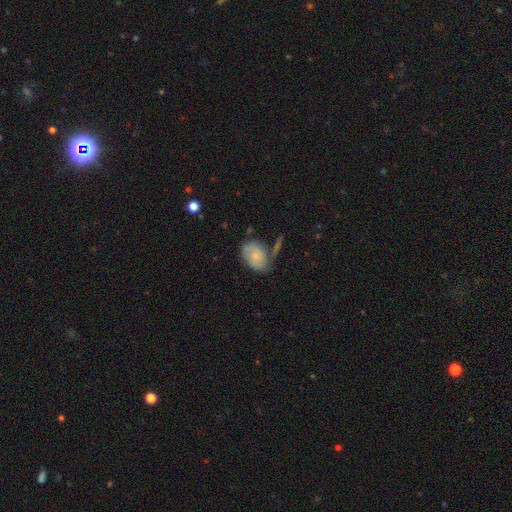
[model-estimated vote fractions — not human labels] Morphology: type=smooth (62%); roundness=in between (75%); merging=none (52%).